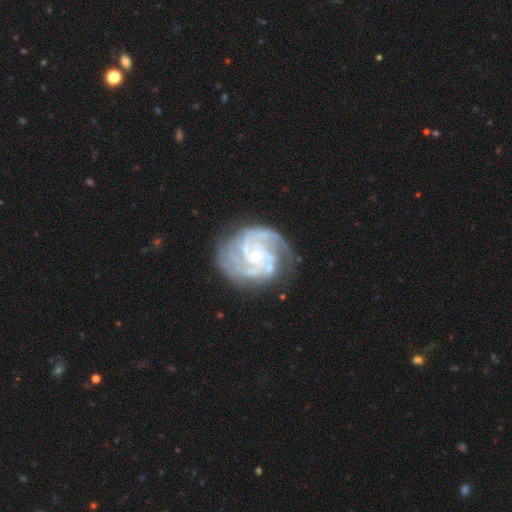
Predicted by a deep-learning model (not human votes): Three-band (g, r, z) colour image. It shows a featured or disk galaxy (89%) with no bar (65%), 3 (26%) tight (65%) spiral arms (97%) and a small central bulge (65%). Merging: none (72%).